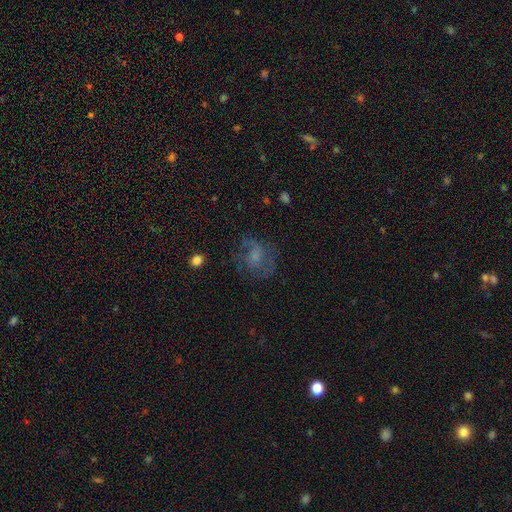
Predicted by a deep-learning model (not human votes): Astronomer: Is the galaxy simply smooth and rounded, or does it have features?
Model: featured or disk — 51% (runner-up: smooth, 35%).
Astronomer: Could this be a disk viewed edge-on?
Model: no — 97%.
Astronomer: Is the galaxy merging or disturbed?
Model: none — 58%.